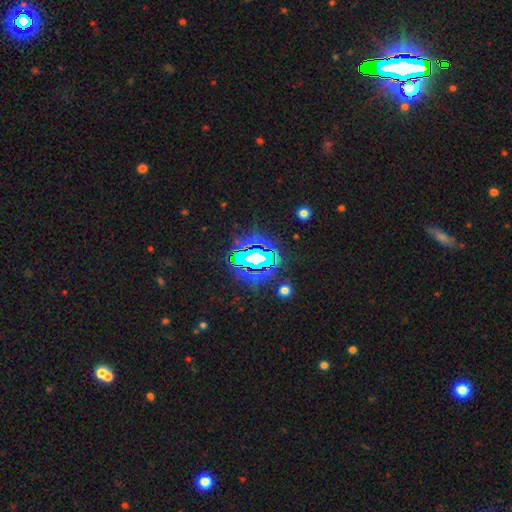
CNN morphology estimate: type=star or artifact (70%).